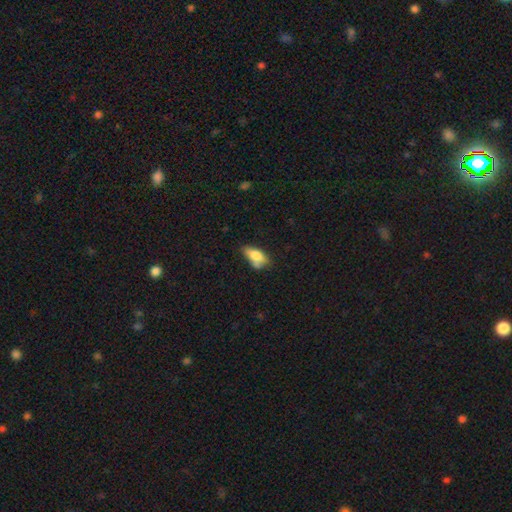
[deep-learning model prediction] A smooth galaxy with no disk features (72%) that is in between round and cigar-shaped (84%).

Vote fractions:
- Smooth or featured? smooth: 72% / featured or disk: 20% / star or artifact: 8%
- How rounded? in between: 84% / cigar-shaped: 12% / round: 5%
- Merging? none: 40% / minor disturbance: 31% / merger: 17% / major disturbance: 12%